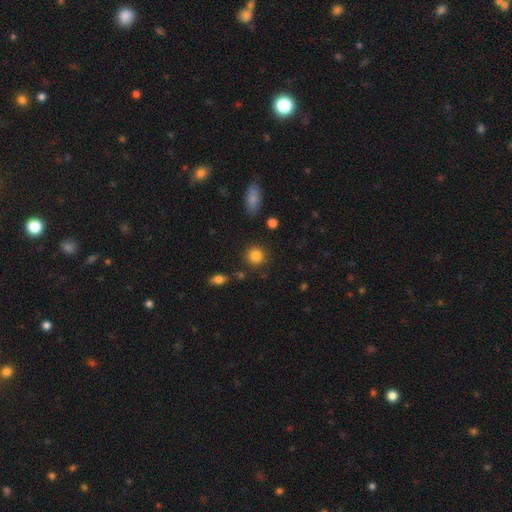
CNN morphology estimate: A smooth galaxy with no disk features (85%) that is round (90%).

Vote fractions:
- Smooth or featured? smooth: 85% / star or artifact: 10% / featured or disk: 5%
- How rounded? round: 90% / in between: 9% / cigar-shaped: 1%
- Merging? none: 86% / minor disturbance: 8% / merger: 3% / major disturbance: 3%